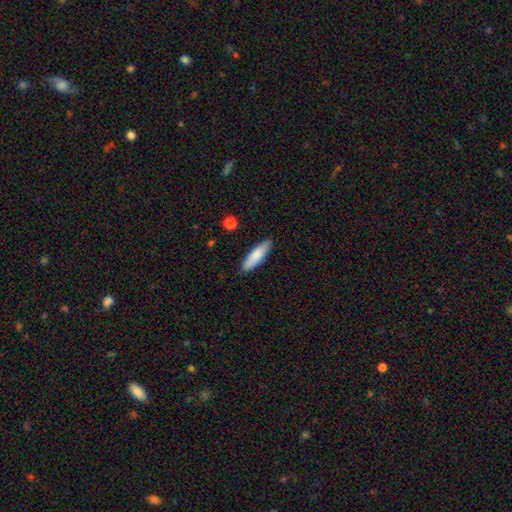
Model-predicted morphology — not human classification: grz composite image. It shows a smooth galaxy with no disk features (80%) that is cigar-shaped (61%). Merging: none (86%).